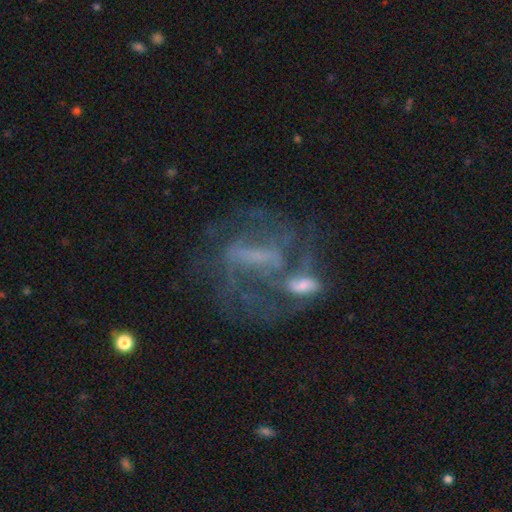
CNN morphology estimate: featured or disk 75%, star or artifact 13%, smooth 12%. Down the decision tree: edge-on disk — no (94%); bar — strong (44%); spiral arms — yes (72%); spiral arm count — 2 (50%); spiral winding — medium (45%); bulge size — none (45%); merging — none (35%).